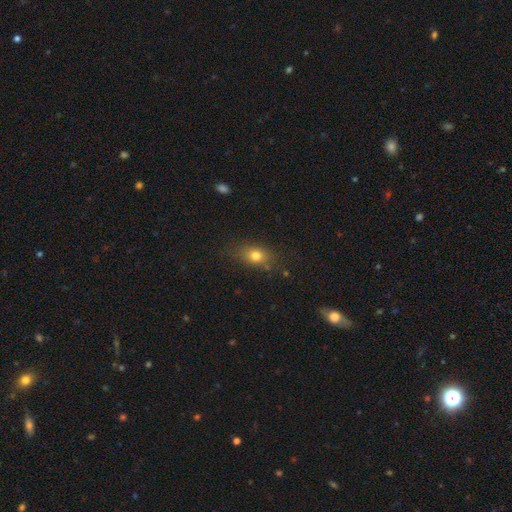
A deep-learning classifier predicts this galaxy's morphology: This appears to be a smooth galaxy with no disk features (77%) that is in between round and cigar-shaped (65%). Merging: none (77%).